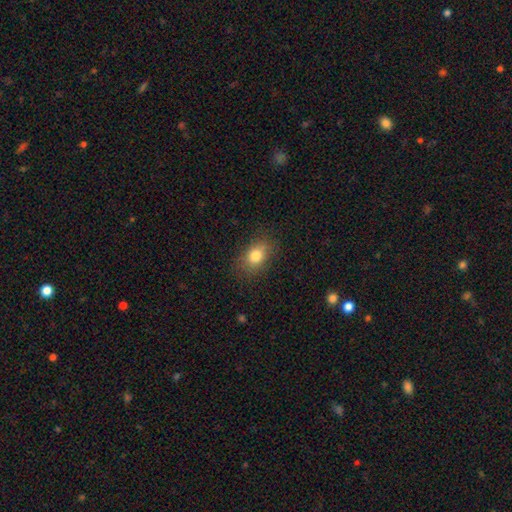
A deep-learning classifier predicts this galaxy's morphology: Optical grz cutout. It shows a smooth galaxy with no disk features (79%) that is in between round and cigar-shaped (71%). Merging: none (82%).